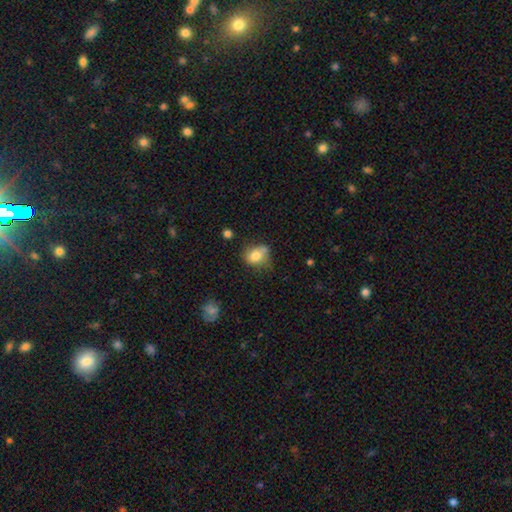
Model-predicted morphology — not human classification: type=smooth (78%); roundness=in between (54%); merging=none (45%).